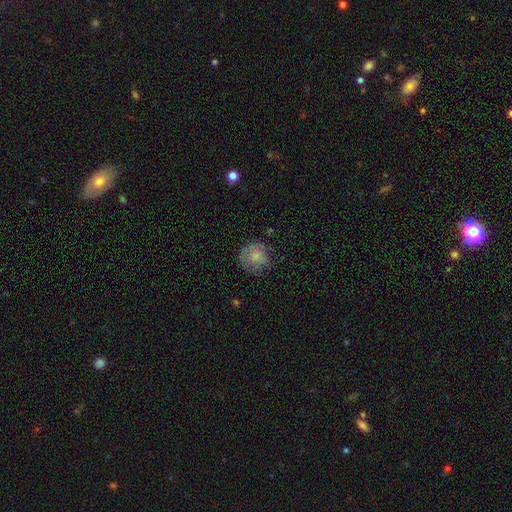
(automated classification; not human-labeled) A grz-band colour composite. It shows a smooth galaxy with no disk features (77%) that is round (90%). Merging: none (70%).